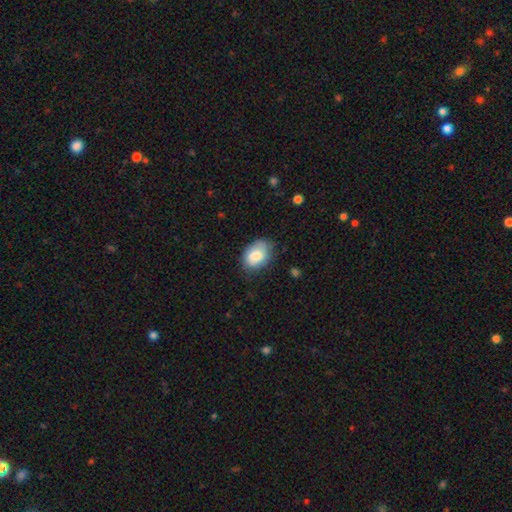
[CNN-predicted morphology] Overall: smooth (82%). How rounded: in between (81%). Merging: none (66%; minor disturbance 26%).